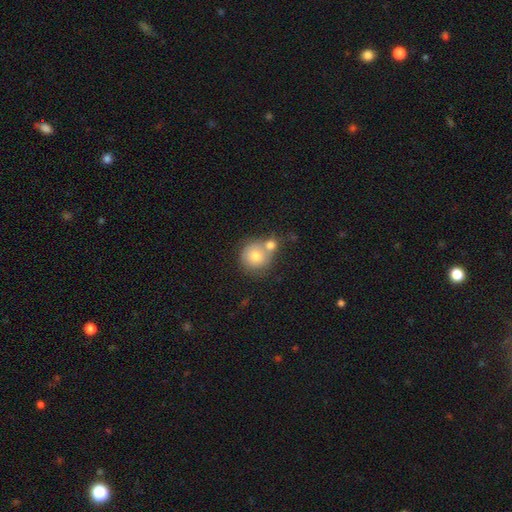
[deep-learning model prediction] A smooth galaxy with no disk features (75%) that is round (89%). Merging: merger (44%).